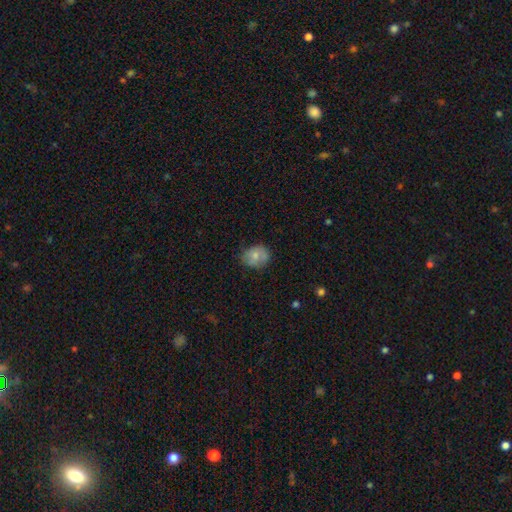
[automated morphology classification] Smooth or featured?
  - smooth: 73% *
  - featured or disk: 19%
  - star or artifact: 8%
How rounded?
  - round: 54% *
  - in between: 45%
  - cigar-shaped: 1%
Merging?
  - none: 69% *
  - minor disturbance: 24%
  - major disturbance: 6%
  - merger: 2%